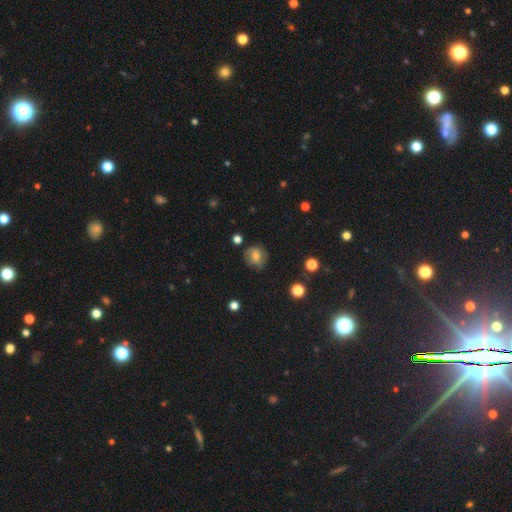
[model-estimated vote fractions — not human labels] Overall: smooth (56%; featured or disk 32%). How rounded: round (83%). Merging: none (79%).